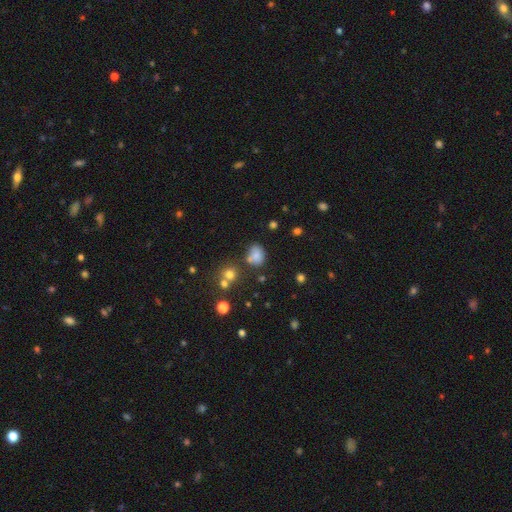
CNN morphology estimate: smooth-or-featured: smooth: 76% | star or artifact: 15% | featured or disk: 9%
  how-rounded: in between: 57% | round: 41% | cigar-shaped: 1%
  merging: none: 60% | minor disturbance: 21% | merger: 12% | major disturbance: 7%